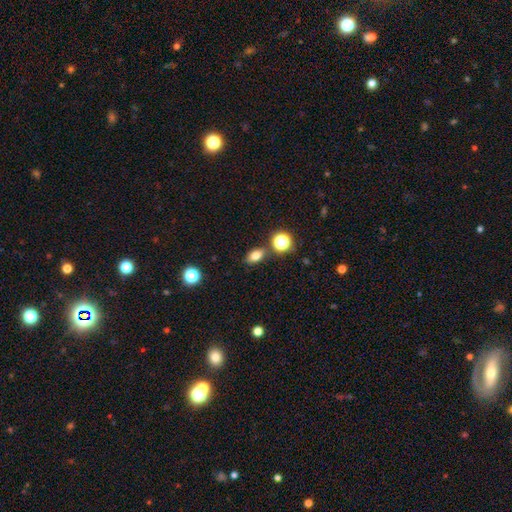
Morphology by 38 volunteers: Volunteers were most divided on "how rounded": in between: 76%, round: 21%, cigar-shaped: 3%. More confident: smooth or featured — smooth (89%); merging — none (81%).